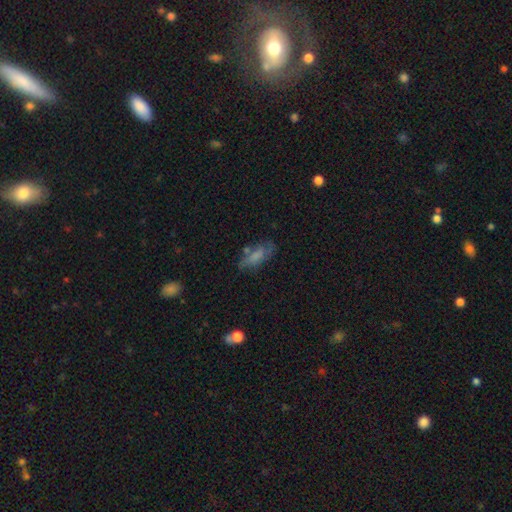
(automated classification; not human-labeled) Smooth or featured: smooth — 64% (featured or disk — 26%)
How rounded: in between — 73% (cigar-shaped — 24%)
Merging: none — 56% (minor disturbance — 25%)